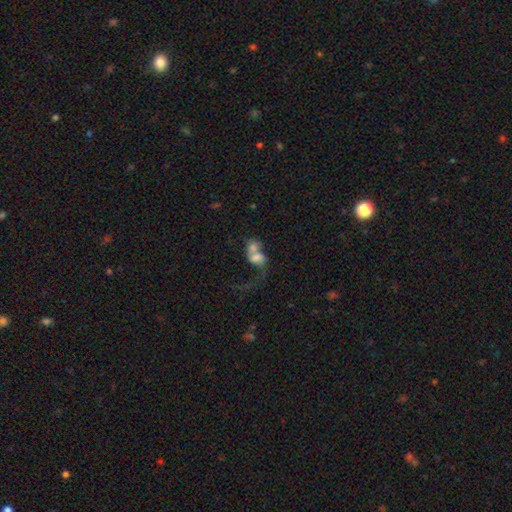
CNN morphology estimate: smooth 52%, featured or disk 36%, star or artifact 11%. Down the decision tree: how rounded — in between (67%); merging — merger (68%).